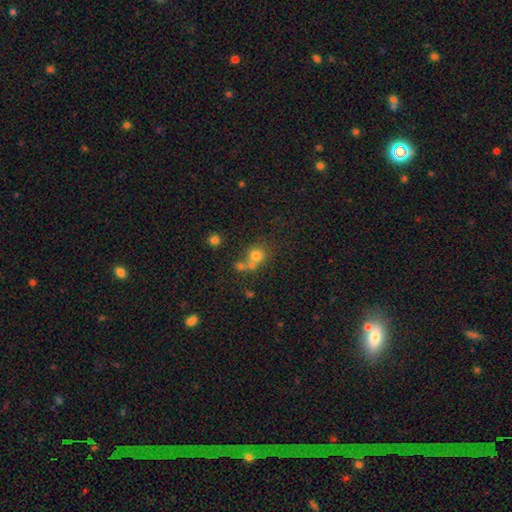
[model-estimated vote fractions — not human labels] Q: Smooth or featured?
A: smooth (71%); runner-up: star or artifact (16%)
Q: How rounded?
A: round (83%); runner-up: in between (16%)
Q: Merging?
A: merger (45%); runner-up: none (43%)